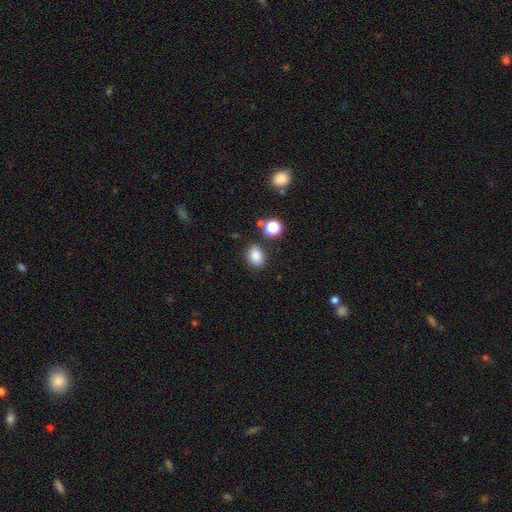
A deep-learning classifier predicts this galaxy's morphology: Q: Smooth or featured?
A: smooth (84%); runner-up: star or artifact (11%)
Q: How rounded?
A: in between (64%); runner-up: round (35%)
Q: Merging?
A: none (82%); runner-up: minor disturbance (11%)